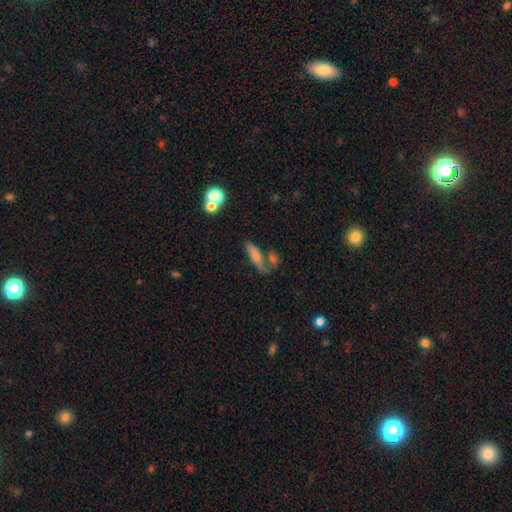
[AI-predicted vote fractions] The model was most divided on "how rounded": cigar-shaped: 51%, in between: 45%, round: 5%. Remaining: smooth or featured — smooth (65%); merging — none (43%).